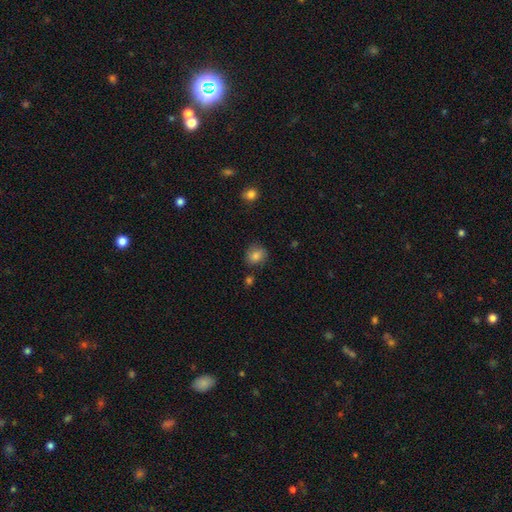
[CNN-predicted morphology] smooth-or-featured: smooth: 84% | star or artifact: 10% | featured or disk: 6%
  how-rounded: round: 70% | in between: 29% | cigar-shaped: 1%
  merging: none: 77% | minor disturbance: 15% | merger: 4% | major disturbance: 4%